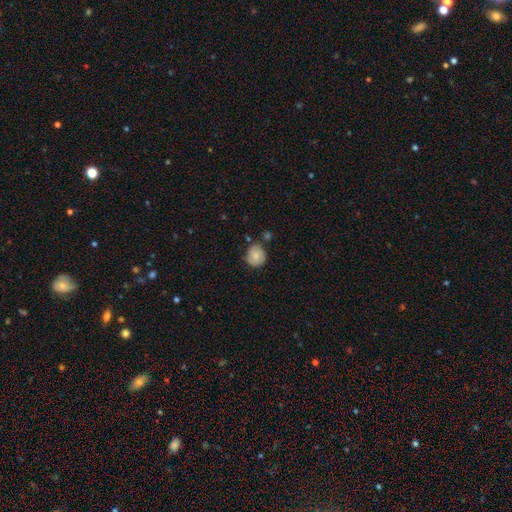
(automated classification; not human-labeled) smooth_or_featured: smooth (p=0.75) [alt: featured or disk p=0.17]
how_rounded: round (p=0.81) [alt: in between p=0.18]
merging: none (p=0.65) [alt: minor disturbance p=0.24]